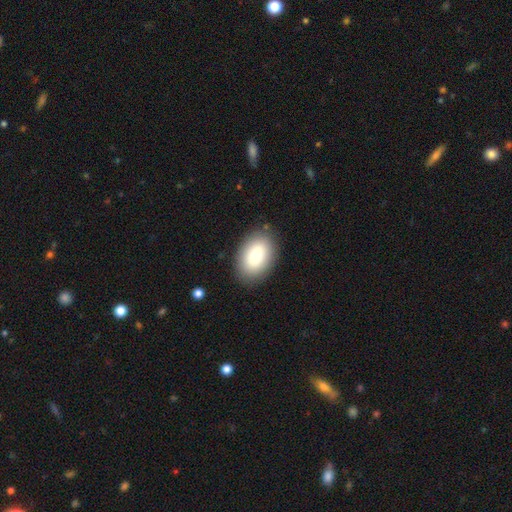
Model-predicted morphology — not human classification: This appears to be a smooth galaxy with no disk features (78%) that is in between round and cigar-shaped (88%). Merging: none (85%).